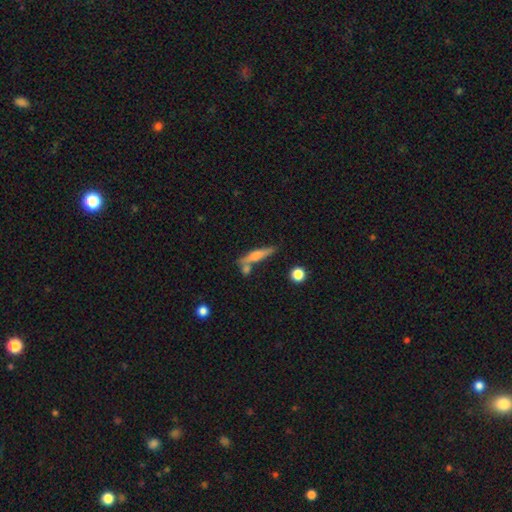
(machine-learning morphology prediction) smooth_or_featured: smooth (p=0.57) [alt: featured or disk p=0.36]
how_rounded: cigar-shaped (p=0.81) [alt: in between p=0.16]
merging: none (p=0.60) [alt: merger p=0.19]